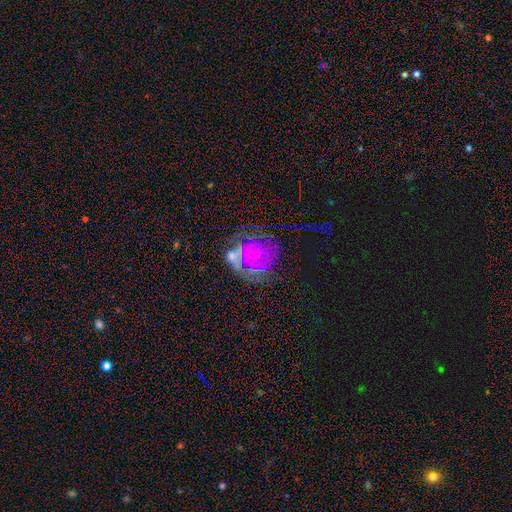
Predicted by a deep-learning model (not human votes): This is likely a featured or disk galaxy (66%). It is clearly not viewed edge-on (98%). Bar: likely no (72%). Spiral arm pattern: likely yes (75%). Central bulge: likely small (61%). Merging: marginally none (40%).